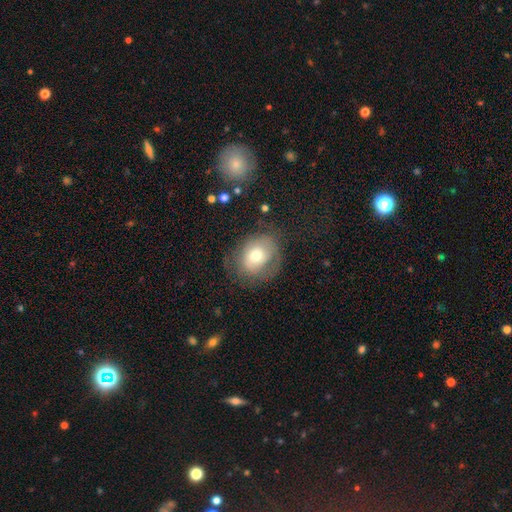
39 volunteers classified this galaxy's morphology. This is likely a smooth galaxy (69%). How rounded: likely round (63%). Merging: possibly none (54%).